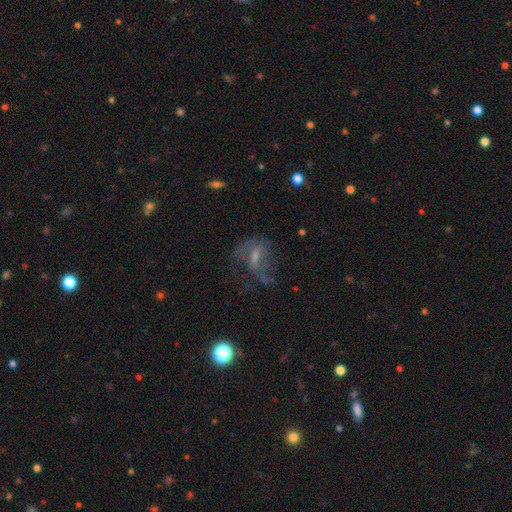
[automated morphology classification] A featured or disk galaxy (59%) with a weak bar (44%), spiral arms (61%) and a small central bulge (46%).

Vote fractions:
- Smooth or featured? featured or disk: 59% / smooth: 22% / star or artifact: 20%
- Edge-on disk? no: 94% / yes: 6%
- Bar? weak: 44% / no: 39% / strong: 17%
- Spiral arms? yes: 61% / no: 39%
- Bulge size? small: 46% / moderate: 31% / none: 19% / large: 3% / dominant: 1%
- Merging? none: 41% / major disturbance: 36% / minor disturbance: 19% / merger: 4%